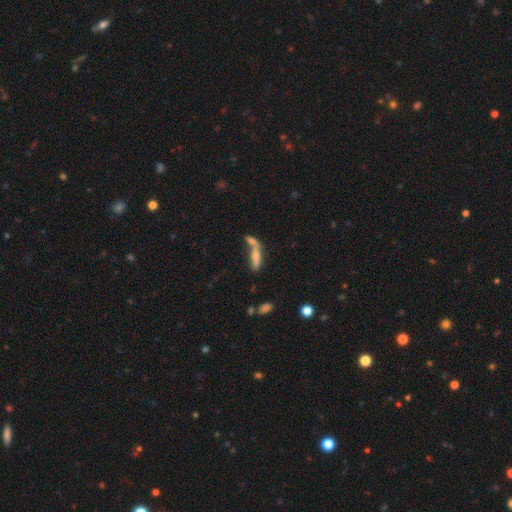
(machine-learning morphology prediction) The model was most divided on "merging": merger: 49%, none: 33%, minor disturbance: 11%, major disturbance: 7%. More confident: how rounded — cigar-shaped (65%); smooth or featured — smooth (55%).